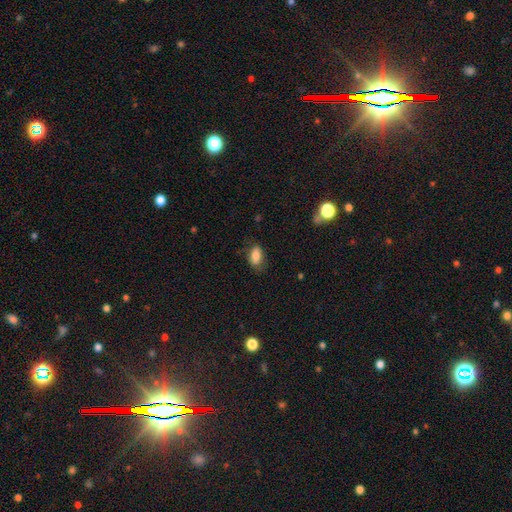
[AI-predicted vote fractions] Smooth or featured? smooth (79%)
How rounded? in between (90%)
Merging? none (70%)